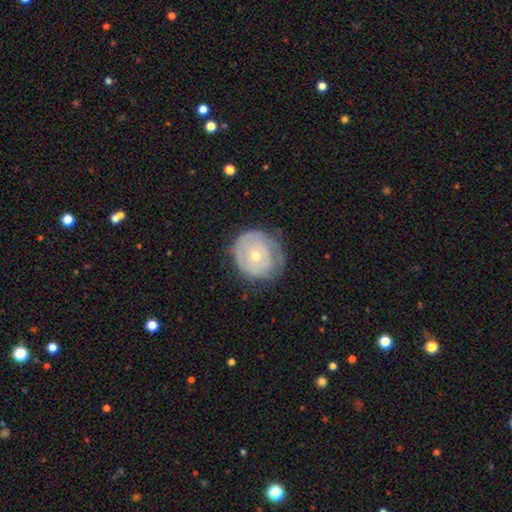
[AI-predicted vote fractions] This is likely a featured or disk galaxy (62%). It is clearly not viewed edge-on (97%). Bar: clearly no (87%). Spiral arm pattern: possibly yes (58%). Central bulge: possibly small (58%). Merging: likely none (67%).